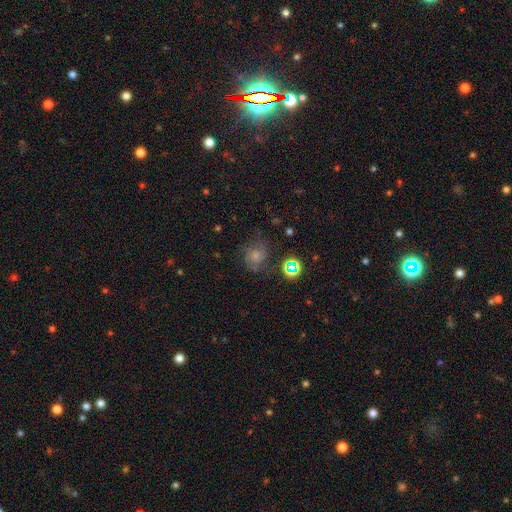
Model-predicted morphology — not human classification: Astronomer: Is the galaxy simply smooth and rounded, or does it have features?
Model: featured or disk — 42% (runner-up: star or artifact, 31%).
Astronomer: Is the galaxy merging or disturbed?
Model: none — 68%.